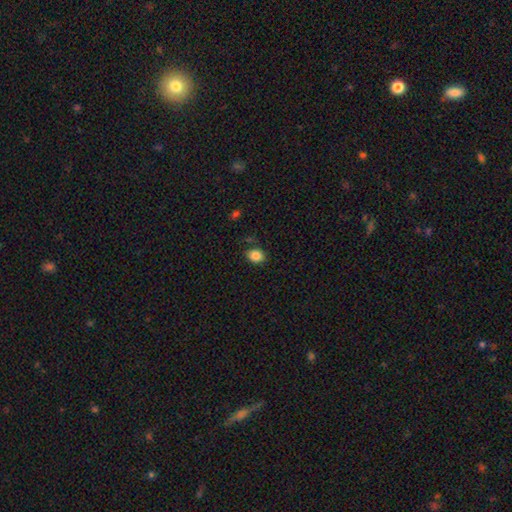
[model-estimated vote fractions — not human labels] Q: Smooth or featured?
A: smooth (85%); runner-up: star or artifact (10%)
Q: How rounded?
A: in between (51%); runner-up: round (48%)
Q: Merging?
A: none (81%); runner-up: minor disturbance (13%)